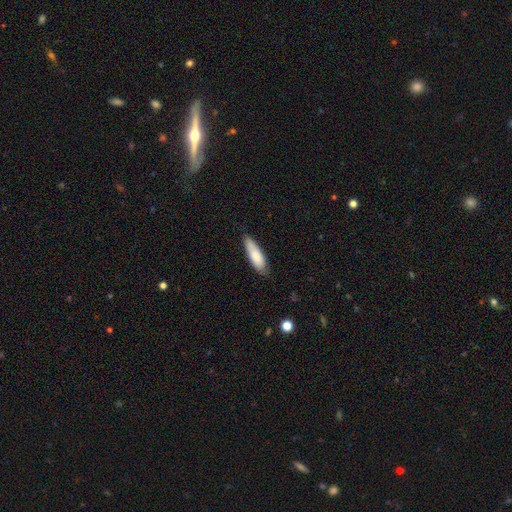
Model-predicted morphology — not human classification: A smooth galaxy with no disk features (80%) that is in between round and cigar-shaped (50%).

Vote fractions:
- Smooth or featured? smooth: 80% / featured or disk: 14% / star or artifact: 6%
- How rounded? in between: 50% / cigar-shaped: 49% / round: 2%
- Merging? none: 75% / minor disturbance: 21% / major disturbance: 3% / merger: 1%